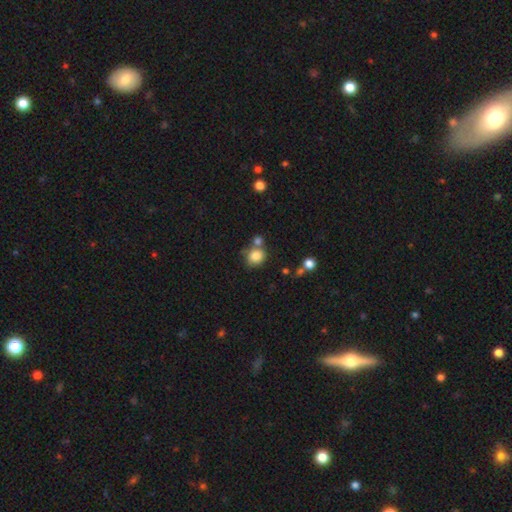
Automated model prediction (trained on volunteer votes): Smooth or featured? smooth (83%)
How rounded? round (81%)
Merging? none (57%)